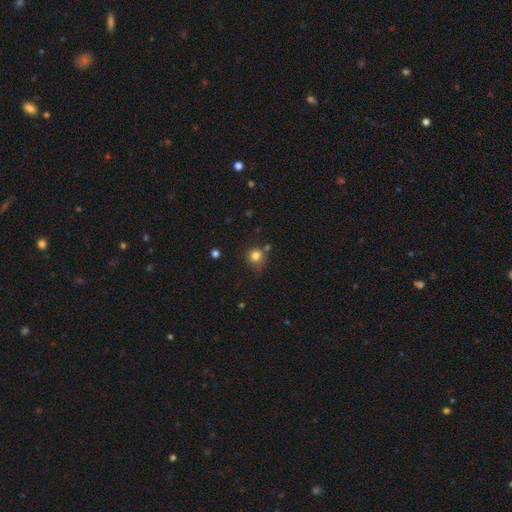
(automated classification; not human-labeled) A smooth galaxy with no disk features (80%) that is round (88%).

Vote fractions:
- Smooth or featured? smooth: 80% / star or artifact: 13% / featured or disk: 7%
- How rounded? round: 88% / in between: 11% / cigar-shaped: 1%
- Merging? none: 65% / minor disturbance: 20% / merger: 9% / major disturbance: 6%